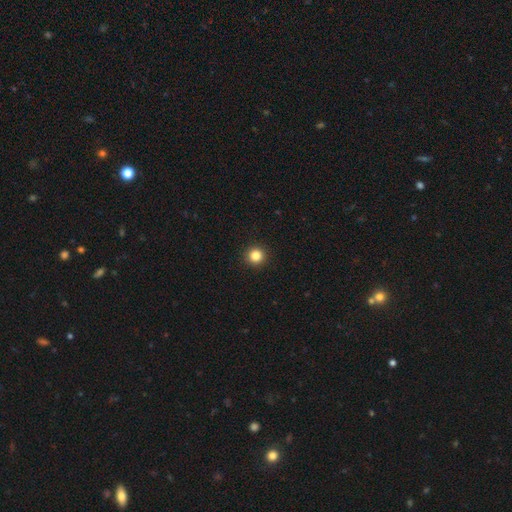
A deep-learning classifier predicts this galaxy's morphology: Smooth or featured? Predicted: smooth (p=0.84). How rounded? Predicted: round (p=0.96). Merging? Predicted: none (p=0.94).